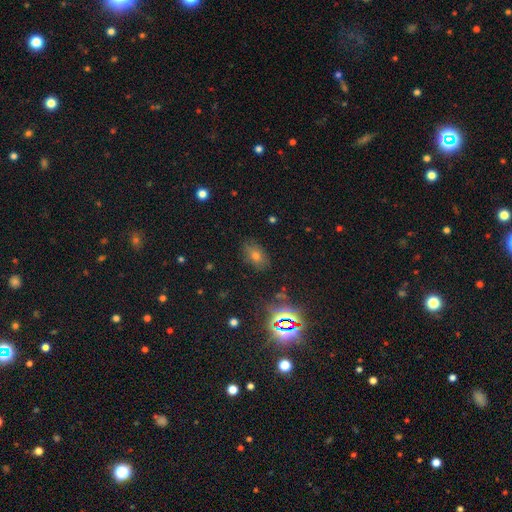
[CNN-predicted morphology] A smooth galaxy with no disk features (54%) that is in between round and cigar-shaped (83%).

Vote fractions:
- Smooth or featured? smooth: 54% / star or artifact: 33% / featured or disk: 14%
- How rounded? in between: 83% / round: 15% / cigar-shaped: 3%
- Merging? none: 81% / minor disturbance: 13% / major disturbance: 4% / merger: 2%